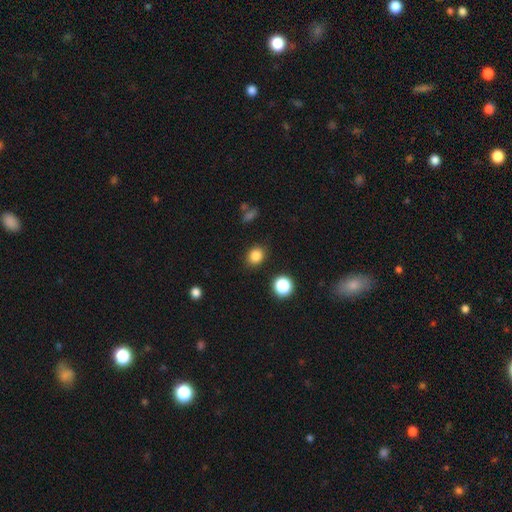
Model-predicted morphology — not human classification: A smooth galaxy with no disk features (84%) that is round (64%).

Vote fractions:
- Smooth or featured? smooth: 84% / star or artifact: 12% / featured or disk: 4%
- How rounded? round: 64% / in between: 35% / cigar-shaped: 1%
- Merging? none: 87% / minor disturbance: 8% / major disturbance: 3% / merger: 2%